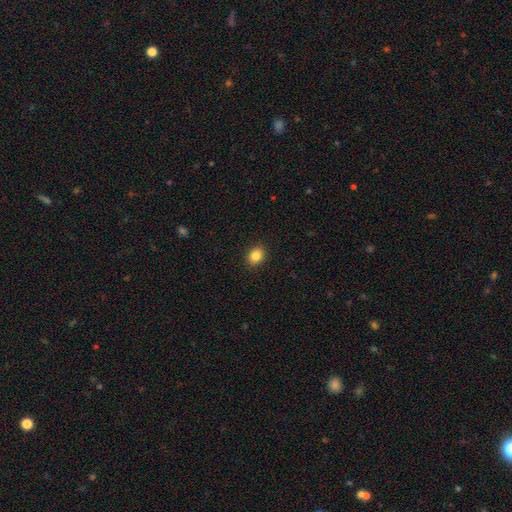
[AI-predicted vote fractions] Smooth or featured?
  - smooth: 85% *
  - star or artifact: 10%
  - featured or disk: 5%
How rounded?
  - in between: 51% *
  - round: 48%
  - cigar-shaped: 1%
Merging?
  - none: 90% *
  - minor disturbance: 7%
  - major disturbance: 2%
  - merger: 1%